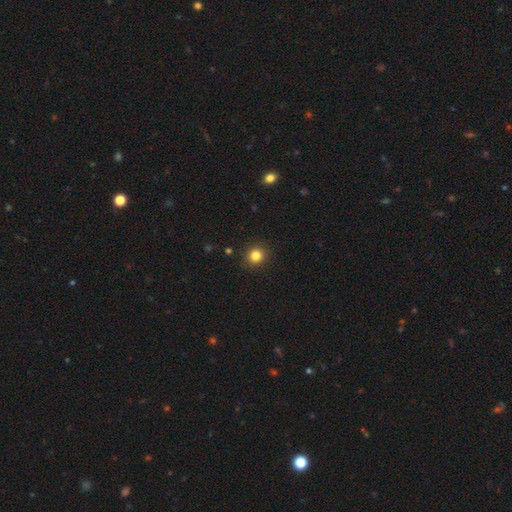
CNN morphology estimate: Smooth or featured?
  - smooth: 83% *
  - star or artifact: 12%
  - featured or disk: 5%
How rounded?
  - round: 88% *
  - in between: 11%
  - cigar-shaped: 1%
Merging?
  - none: 91% *
  - minor disturbance: 6%
  - major disturbance: 2%
  - merger: 1%